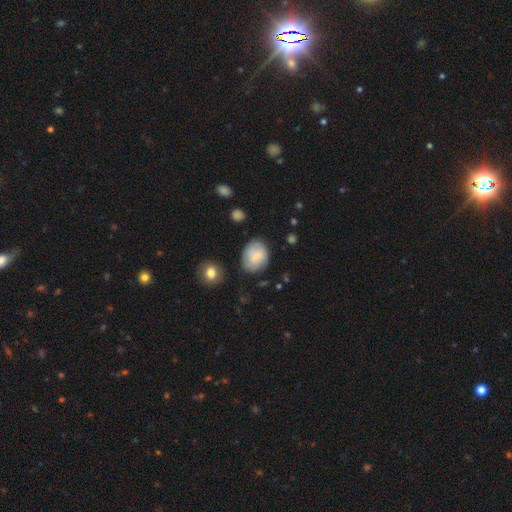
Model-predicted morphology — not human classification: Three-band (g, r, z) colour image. It shows a smooth galaxy with no disk features (72%) that is in between round and cigar-shaped (53%). Merging: none (72%).